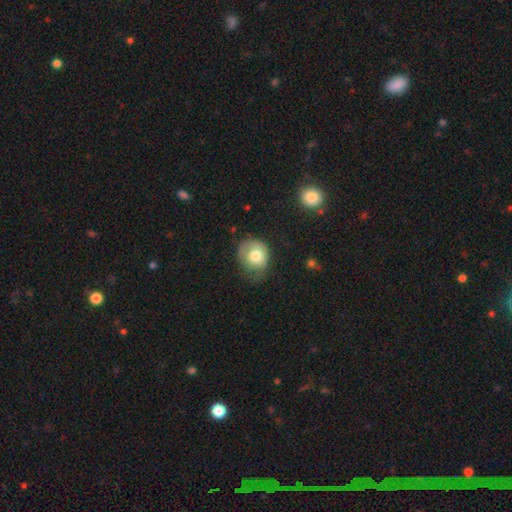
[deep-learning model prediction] A smooth galaxy with no disk features (73%) that is round (70%).

Vote fractions:
- Smooth or featured? smooth: 73% / featured or disk: 19% / star or artifact: 8%
- How rounded? round: 70% / in between: 29% / cigar-shaped: 1%
- Merging? none: 41% / minor disturbance: 36% / major disturbance: 21% / merger: 2%